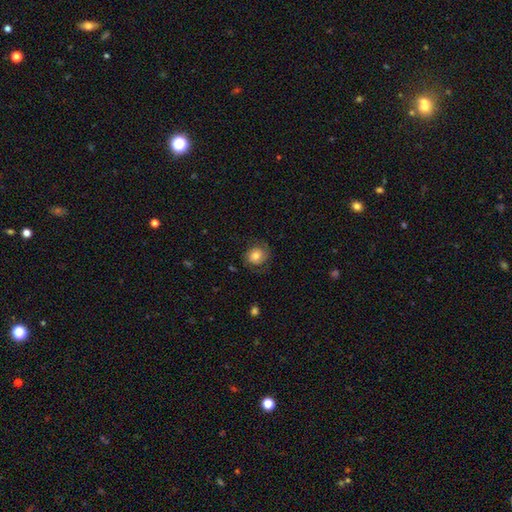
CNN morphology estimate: A smooth galaxy with no disk features (54%) that is round (77%). Merging: none (70%).